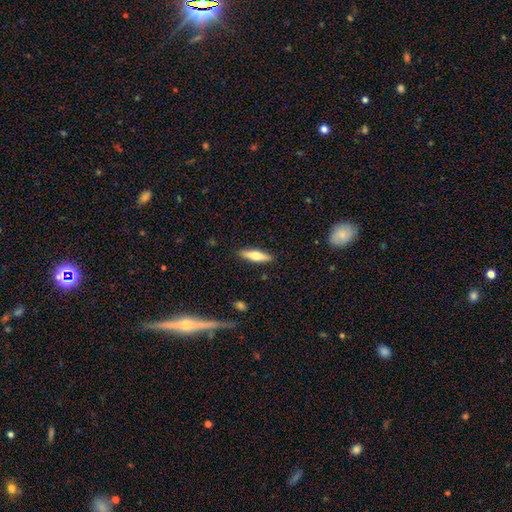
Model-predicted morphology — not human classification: A smooth galaxy with no disk features (56%) that is cigar-shaped (70%). Merging: none (89%).